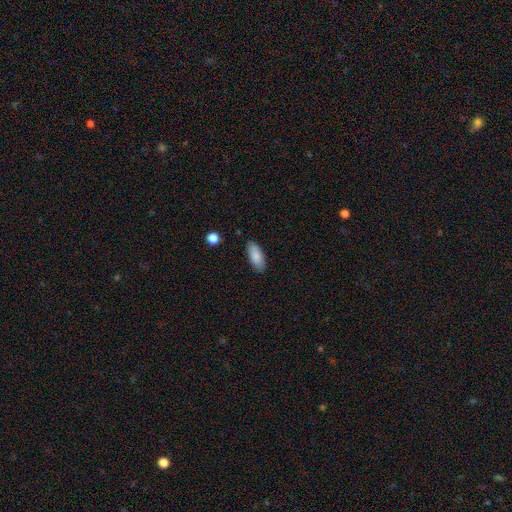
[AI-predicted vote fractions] smooth 86%, featured or disk 7%, star or artifact 6%. Down the decision tree: how rounded — in between (81%); merging — none (85%).